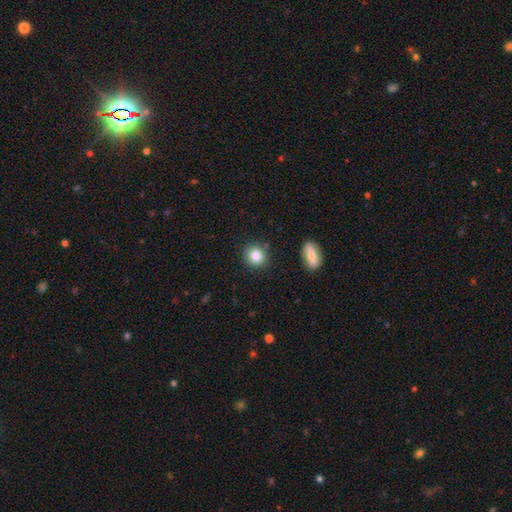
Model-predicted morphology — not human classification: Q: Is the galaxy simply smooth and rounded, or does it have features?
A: smooth — 85%.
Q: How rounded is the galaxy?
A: round — 82%.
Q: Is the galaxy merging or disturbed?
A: none — 86%.